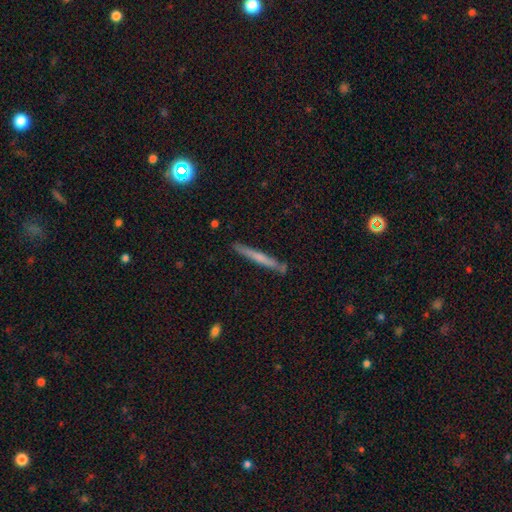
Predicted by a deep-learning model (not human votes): Smooth or featured? Predicted: smooth (p=0.50). Merging? Predicted: none (p=0.85).